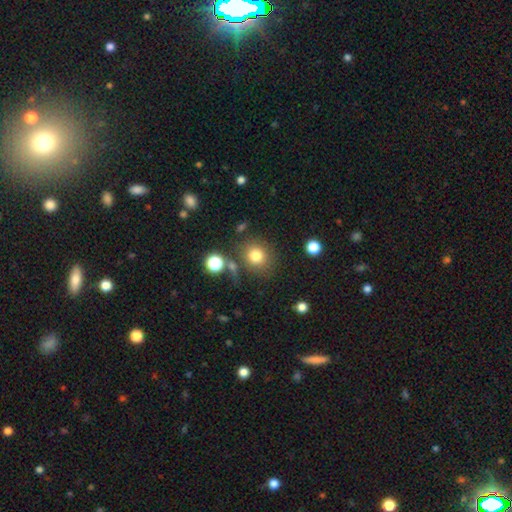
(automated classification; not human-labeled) smooth 79%, star or artifact 13%, featured or disk 8%. Down the decision tree: how rounded — round (84%); merging — none (74%).